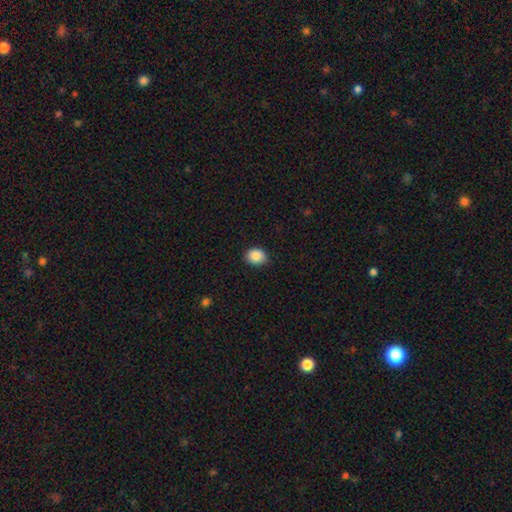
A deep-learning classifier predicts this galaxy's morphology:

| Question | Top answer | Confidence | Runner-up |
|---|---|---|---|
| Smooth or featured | smooth | 88% | star or artifact (8%) |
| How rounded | in between | 50% | round (49%) |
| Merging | none | 88% | minor disturbance (9%) |